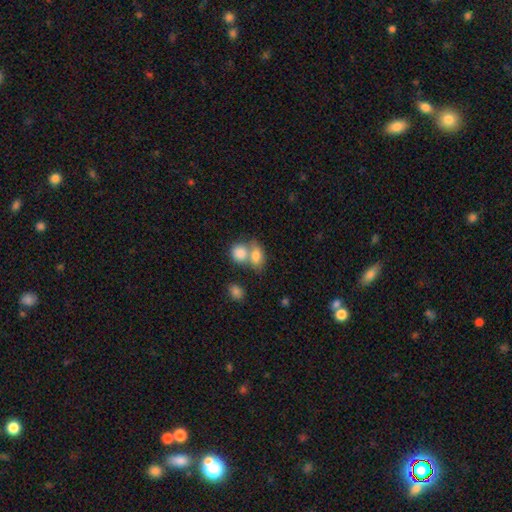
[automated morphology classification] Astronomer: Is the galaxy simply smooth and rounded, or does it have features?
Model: smooth — 81%.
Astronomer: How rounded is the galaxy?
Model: in between — 69%.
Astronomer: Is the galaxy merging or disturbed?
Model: merger — 57%.